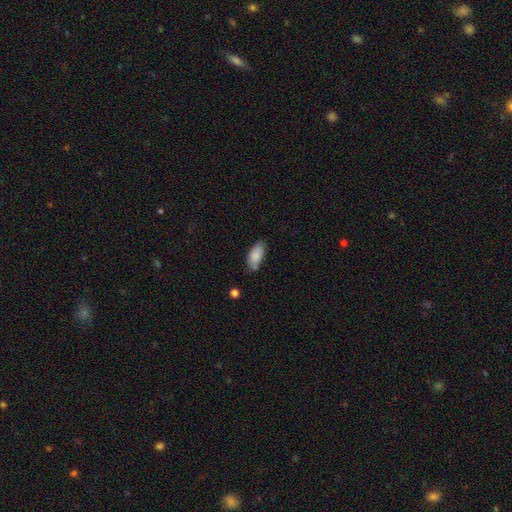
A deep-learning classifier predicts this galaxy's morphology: Q: Smooth or featured?
A: smooth (85%); runner-up: featured or disk (9%)
Q: How rounded?
A: in between (90%); runner-up: cigar-shaped (8%)
Q: Merging?
A: none (70%); runner-up: minor disturbance (21%)